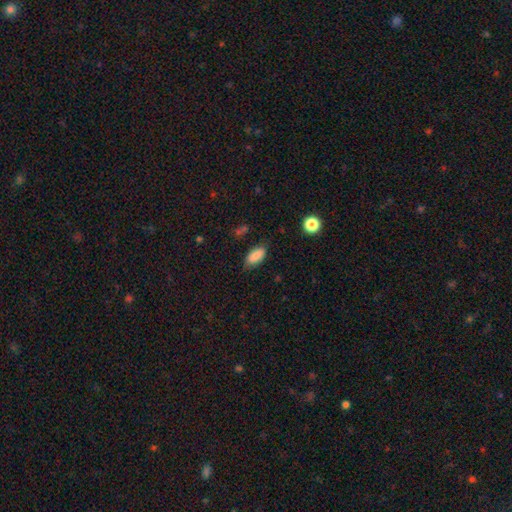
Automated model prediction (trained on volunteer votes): A smooth galaxy with no disk features (87%) that is in between round and cigar-shaped (88%).

Vote fractions:
- Smooth or featured? smooth: 87% / star or artifact: 8% / featured or disk: 6%
- How rounded? in between: 88% / cigar-shaped: 9% / round: 3%
- Merging? none: 76% / minor disturbance: 18% / major disturbance: 4% / merger: 2%